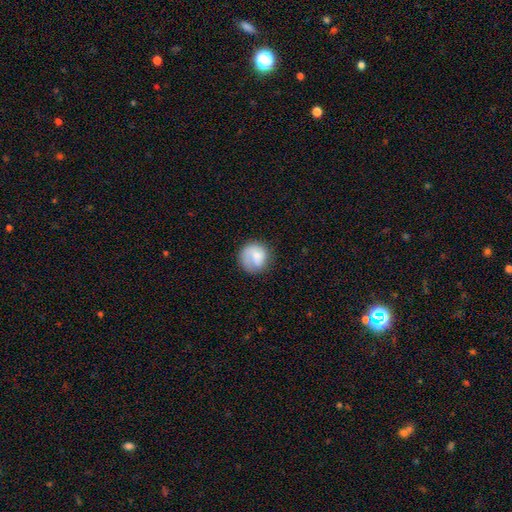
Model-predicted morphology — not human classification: type=smooth (67%); roundness=round (88%); merging=none (70%).